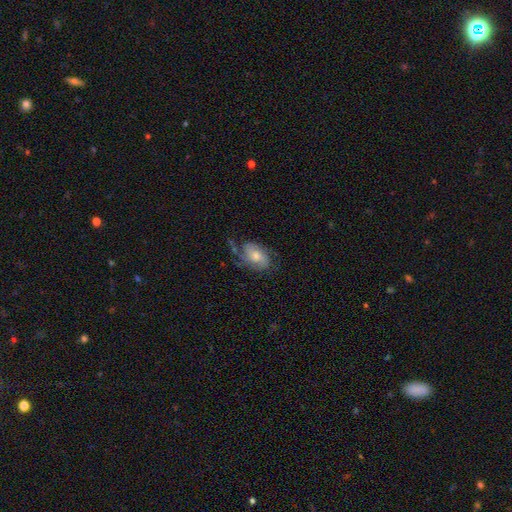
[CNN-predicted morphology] smooth-or-featured: featured or disk: 48% | smooth: 45% | star or artifact: 8%
  merging: none: 48% | minor disturbance: 28% | major disturbance: 20% | merger: 4%